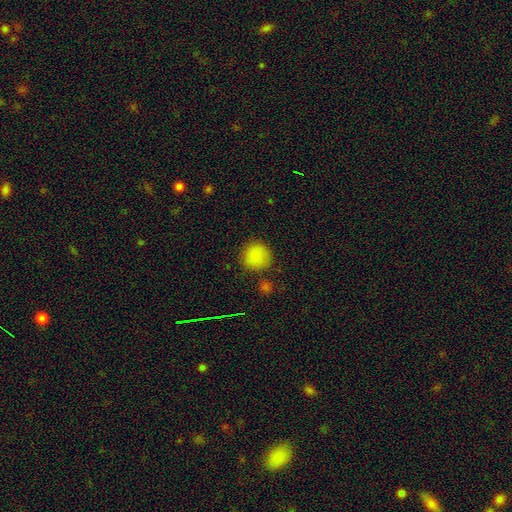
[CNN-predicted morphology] Smooth or featured?
  - smooth: 85% *
  - star or artifact: 11%
  - featured or disk: 4%
How rounded?
  - round: 91% *
  - in between: 8%
  - cigar-shaped: 1%
Merging?
  - none: 80% *
  - minor disturbance: 12%
  - merger: 5%
  - major disturbance: 4%